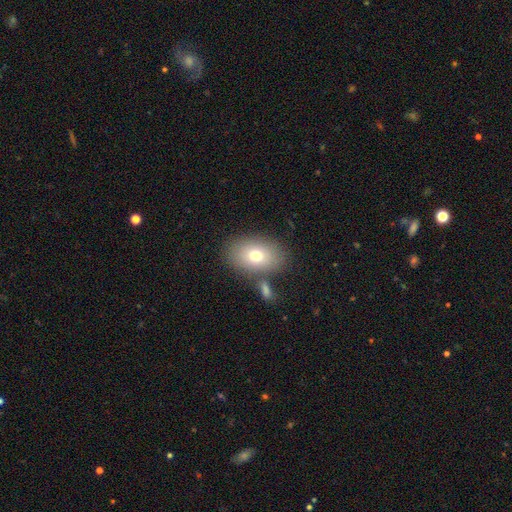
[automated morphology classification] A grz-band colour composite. It shows a smooth galaxy with no disk features (73%) that is in between round and cigar-shaped (81%). Merging: none (73%).